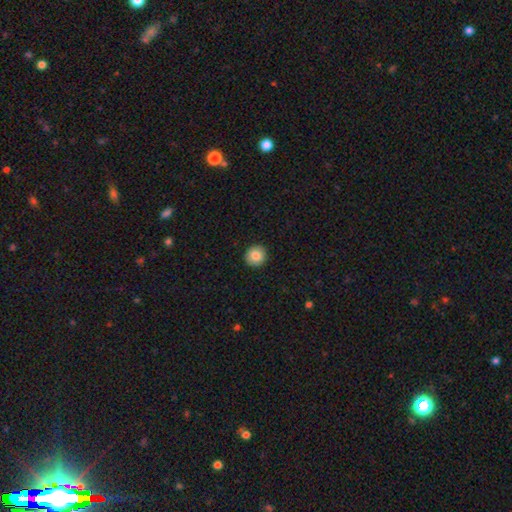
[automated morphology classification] Smooth or featured: smooth — 84% (star or artifact — 8%)
How rounded: round — 92% (in between — 7%)
Merging: none — 93% (minor disturbance — 5%)